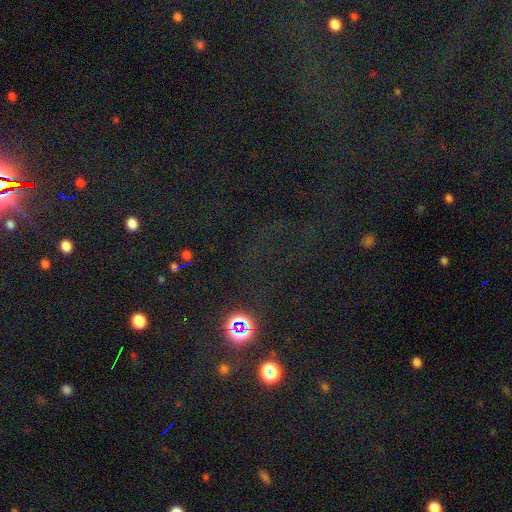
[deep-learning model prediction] The model was most divided on "smooth or featured": star or artifact: 73%, smooth: 18%, featured or disk: 9%.